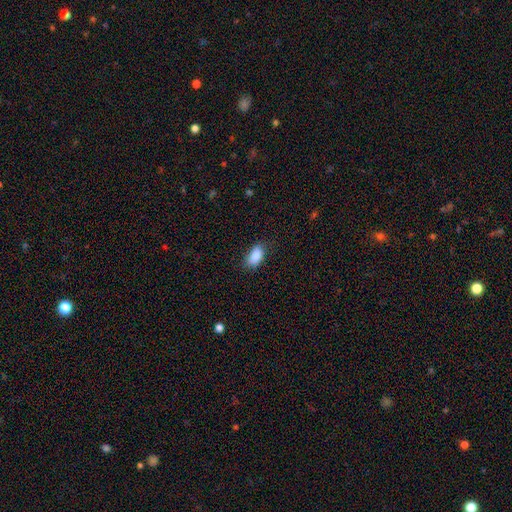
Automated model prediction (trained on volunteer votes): A smooth galaxy with no disk features (87%) that is in between round and cigar-shaped (91%).

Vote fractions:
- Smooth or featured? smooth: 87% / star or artifact: 7% / featured or disk: 6%
- How rounded? in between: 91% / round: 5% / cigar-shaped: 4%
- Merging? none: 71% / minor disturbance: 22% / major disturbance: 5% / merger: 1%